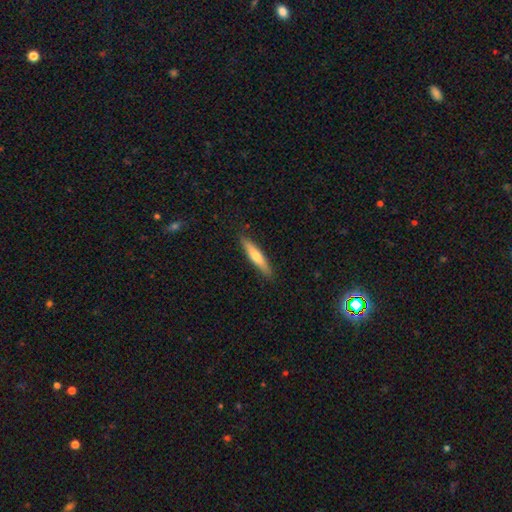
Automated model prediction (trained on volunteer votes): Smooth or featured? smooth (59%)
How rounded? cigar-shaped (91%)
Merging? none (89%)